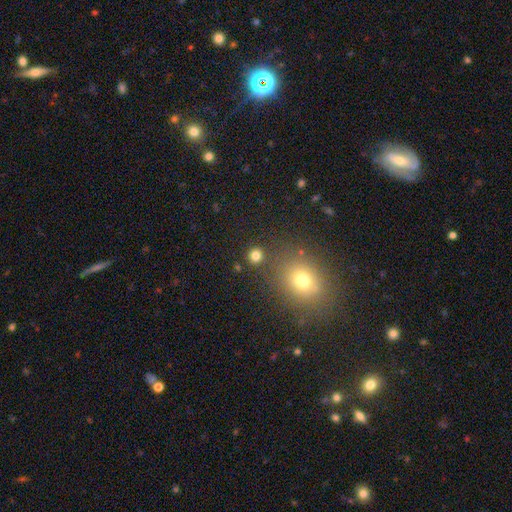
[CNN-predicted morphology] Smooth or featured?
  - smooth: 80% *
  - star or artifact: 15%
  - featured or disk: 5%
How rounded?
  - round: 89% *
  - in between: 10%
  - cigar-shaped: 1%
Merging?
  - none: 84% *
  - minor disturbance: 6%
  - merger: 6%
  - major disturbance: 3%